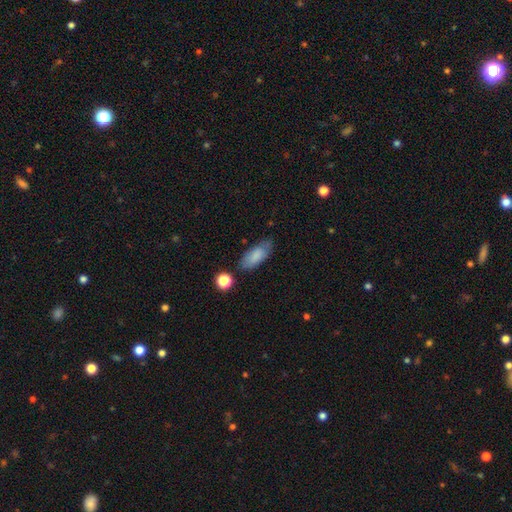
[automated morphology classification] smooth 83%, featured or disk 10%, star or artifact 7%. Down the decision tree: how rounded — in between (83%); merging — none (72%).